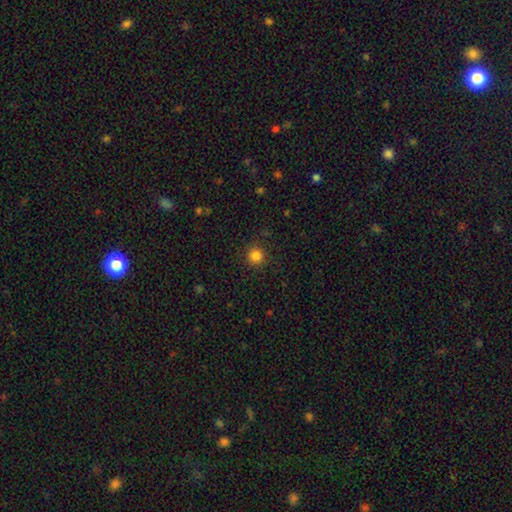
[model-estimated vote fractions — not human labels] Q: Smooth or featured?
A: smooth (83%); runner-up: star or artifact (12%)
Q: How rounded?
A: round (93%); runner-up: in between (6%)
Q: Merging?
A: none (89%); runner-up: minor disturbance (7%)